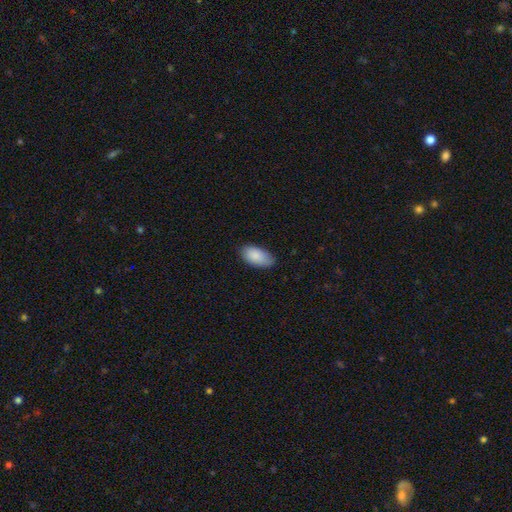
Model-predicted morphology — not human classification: Q: Smooth or featured?
A: smooth (88%); runner-up: star or artifact (6%)
Q: How rounded?
A: in between (95%); runner-up: round (3%)
Q: Merging?
A: none (79%); runner-up: minor disturbance (18%)